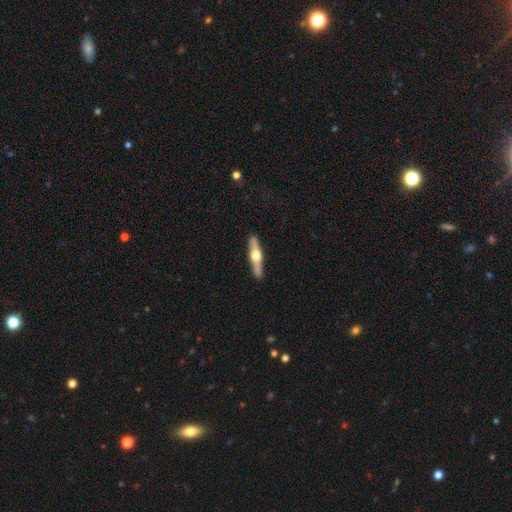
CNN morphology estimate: This is likely a featured or disk galaxy (64%). It is clearly viewed edge-on (96%). Edge-on bulge: clearly rounded (95%). Merging: clearly none (91%).